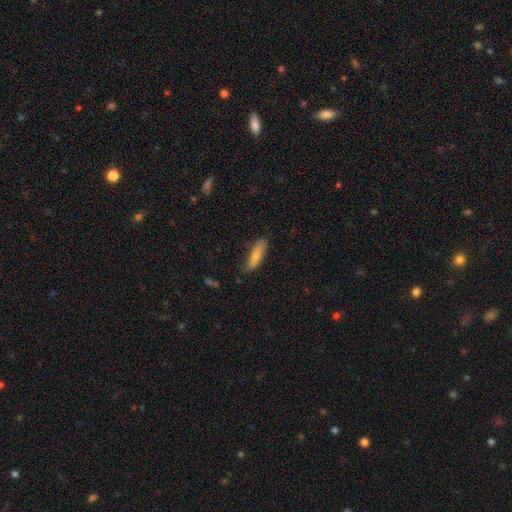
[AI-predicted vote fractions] Smooth or featured?
  - smooth: 78% *
  - featured or disk: 16%
  - star or artifact: 6%
How rounded?
  - cigar-shaped: 64% *
  - in between: 34%
  - round: 2%
Merging?
  - none: 73% *
  - minor disturbance: 21%
  - major disturbance: 4%
  - merger: 2%